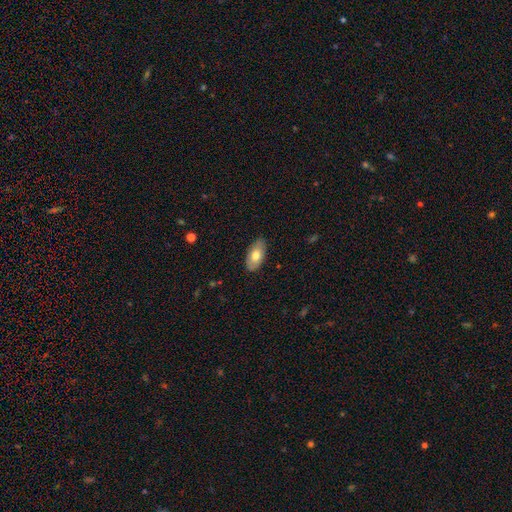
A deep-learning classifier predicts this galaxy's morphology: Smooth or featured?
  - smooth: 71% *
  - featured or disk: 23%
  - star or artifact: 6%
How rounded?
  - in between: 94% *
  - cigar-shaped: 3%
  - round: 3%
Merging?
  - none: 85% *
  - minor disturbance: 12%
  - major disturbance: 2%
  - merger: 1%